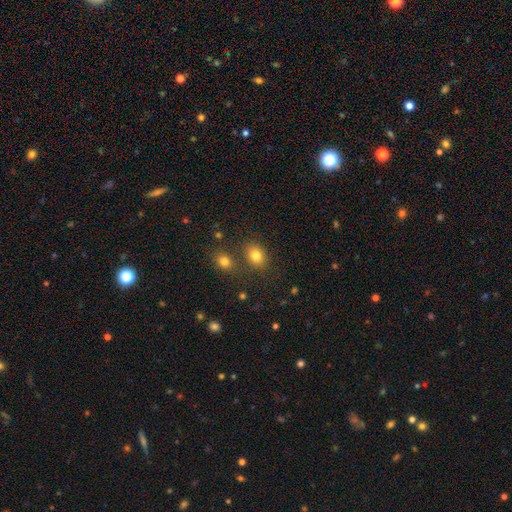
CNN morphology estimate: Q: Smooth or featured?
A: smooth (81%); runner-up: star or artifact (12%)
Q: How rounded?
A: in between (56%); runner-up: round (43%)
Q: Merging?
A: none (72%); runner-up: merger (13%)